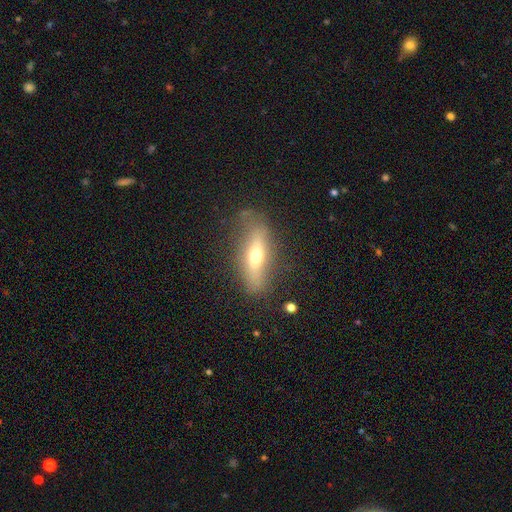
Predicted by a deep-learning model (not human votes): Morphology: type=featured or disk (50%); edge-on=yes (66%); merging=none (74%).